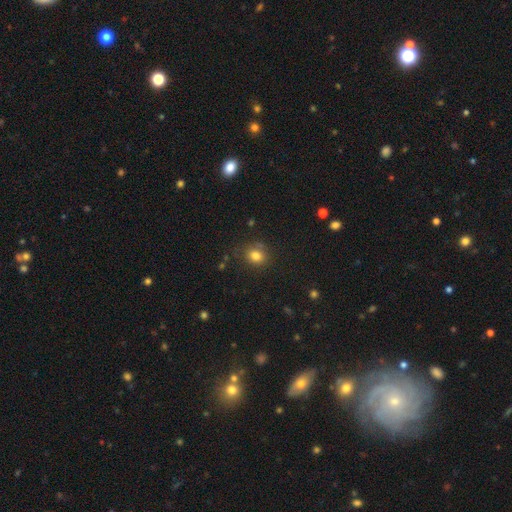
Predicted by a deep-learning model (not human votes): A smooth galaxy with no disk features (80%) that is round (71%).

Vote fractions:
- Smooth or featured? smooth: 80% / star or artifact: 12% / featured or disk: 7%
- How rounded? round: 71% / in between: 28% / cigar-shaped: 1%
- Merging? none: 76% / minor disturbance: 17% / major disturbance: 5% / merger: 3%